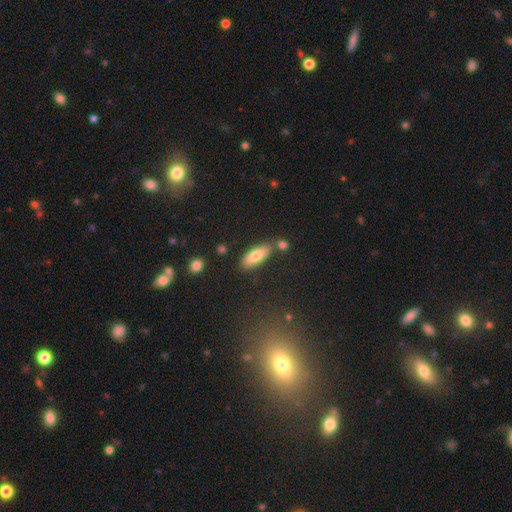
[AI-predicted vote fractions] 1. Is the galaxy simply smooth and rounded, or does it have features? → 74% smooth, 19% featured or disk, 7% star or artifact.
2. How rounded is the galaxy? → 62% in between, 35% cigar-shaped, 3% round.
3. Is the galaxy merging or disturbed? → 74% none, 13% minor disturbance, 10% merger, 3% major disturbance.